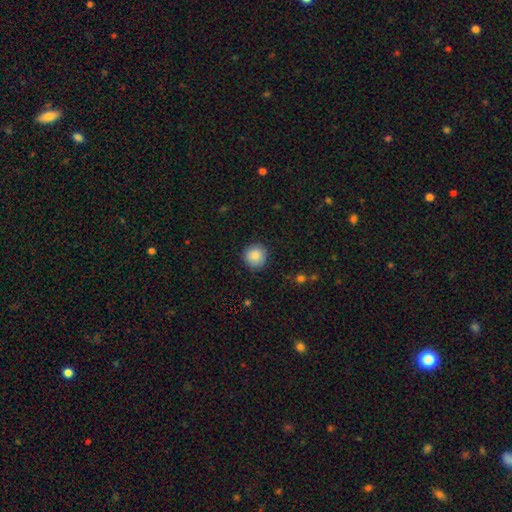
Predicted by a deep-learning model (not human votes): This is clearly a smooth galaxy (87%). How rounded: clearly round (94%). Merging: clearly none (90%).